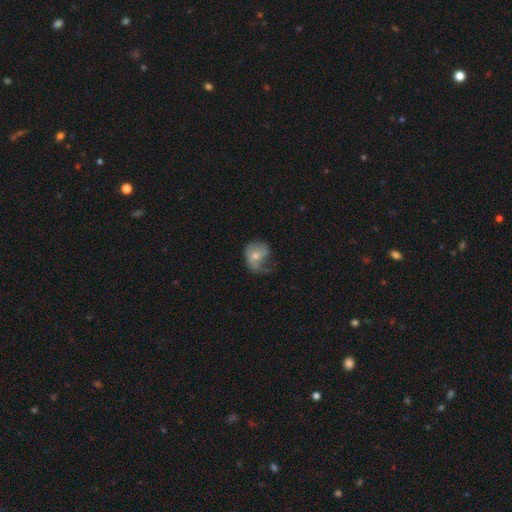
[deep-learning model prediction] A smooth galaxy with no disk features (48%). Merging: major disturbance (40%).